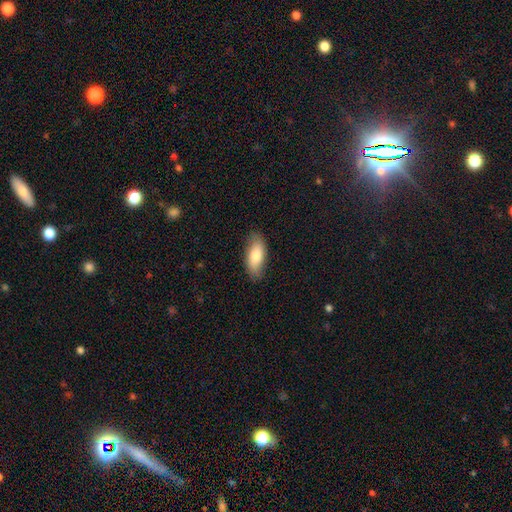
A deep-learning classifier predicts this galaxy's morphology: Smooth or featured? smooth (80%)
How rounded? in between (84%)
Merging? none (82%)